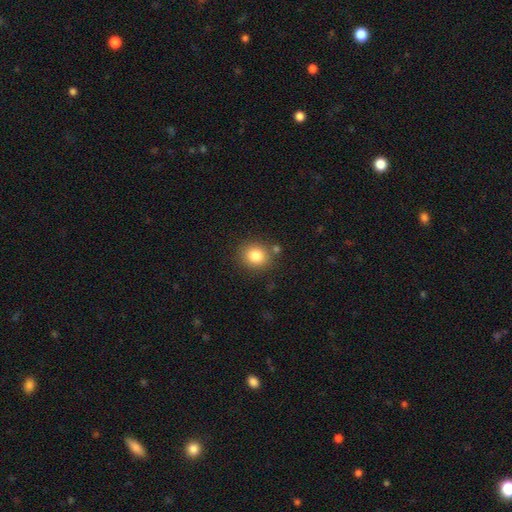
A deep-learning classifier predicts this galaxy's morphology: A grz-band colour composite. It shows a smooth galaxy with no disk features (82%) that is round (76%). Merging: none (81%).